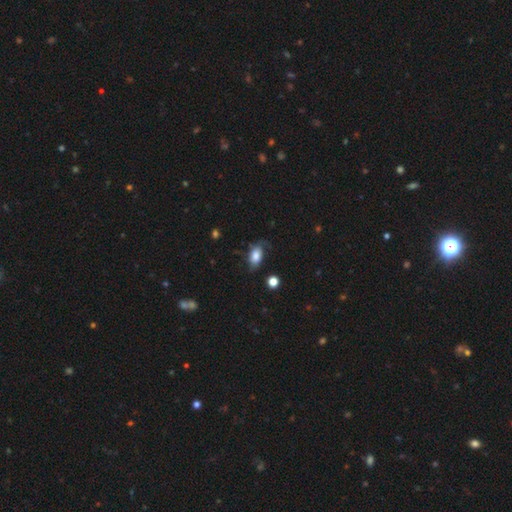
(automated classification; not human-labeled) Smooth or featured?
  - smooth: 73% *
  - featured or disk: 19%
  - star or artifact: 8%
How rounded?
  - in between: 89% *
  - round: 9%
  - cigar-shaped: 3%
Merging?
  - none: 52% *
  - minor disturbance: 29%
  - major disturbance: 16%
  - merger: 2%